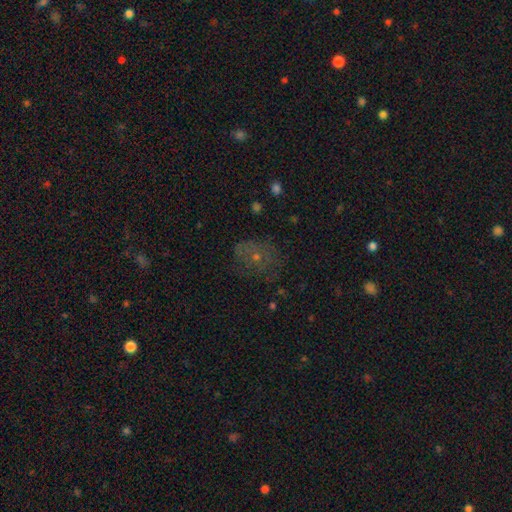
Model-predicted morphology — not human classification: Smooth or featured: smooth — 47% (featured or disk — 29%)
Merging: none — 58% (minor disturbance — 22%)